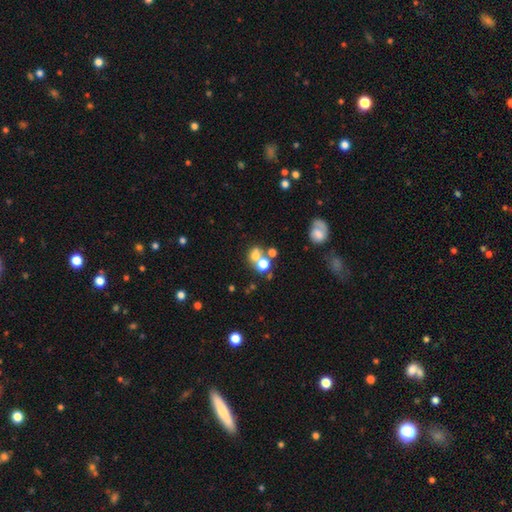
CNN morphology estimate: This appears to be a smooth galaxy with no disk features (67%) that is round (72%). Merging: merger (46%).